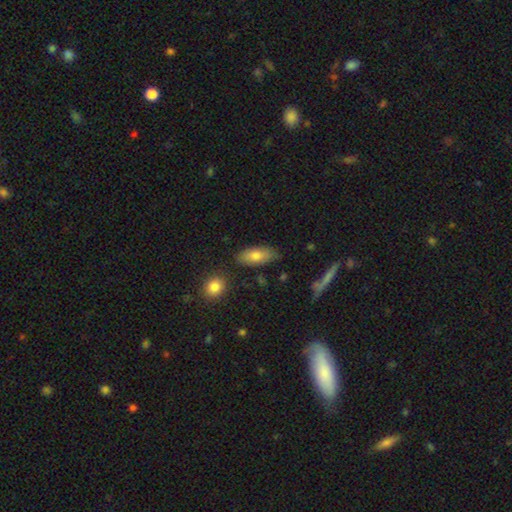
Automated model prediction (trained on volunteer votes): Smooth or featured?
  - smooth: 77% *
  - featured or disk: 17%
  - star or artifact: 7%
How rounded?
  - in between: 84% *
  - cigar-shaped: 13%
  - round: 3%
Merging?
  - none: 79% *
  - minor disturbance: 15%
  - merger: 4%
  - major disturbance: 3%